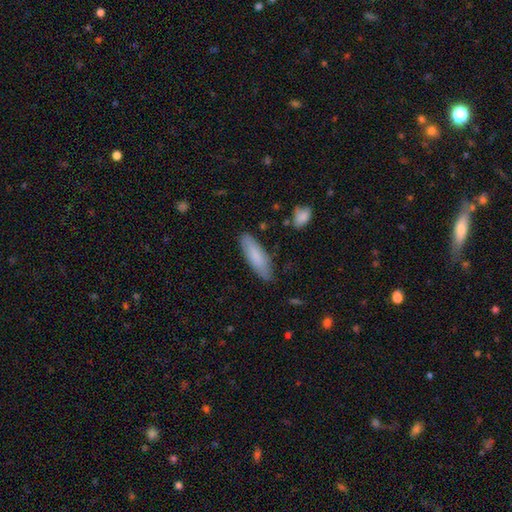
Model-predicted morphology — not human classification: smooth_or_featured: smooth (p=0.81) [alt: featured or disk p=0.14]
how_rounded: cigar-shaped (p=0.53) [alt: in between p=0.46]
merging: none (p=0.83) [alt: minor disturbance p=0.13]